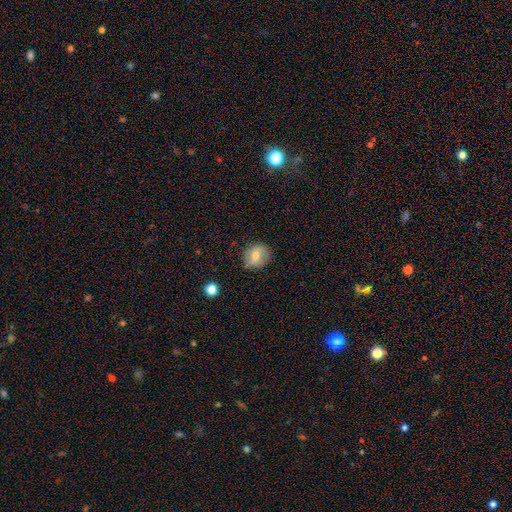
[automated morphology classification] type=smooth (63%); roundness=round (69%); merging=none (74%).